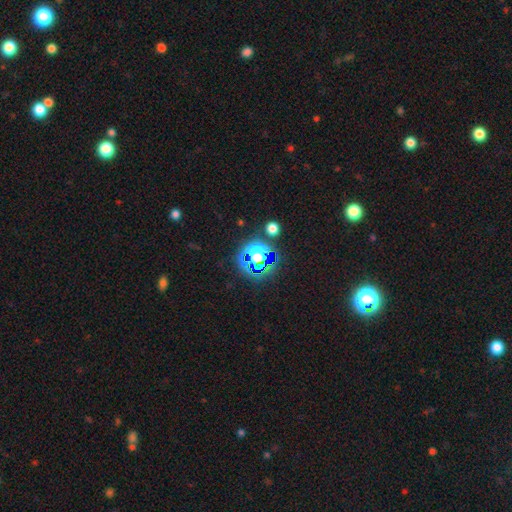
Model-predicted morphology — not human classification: star or artifact 58%, smooth 31%, featured or disk 11%.